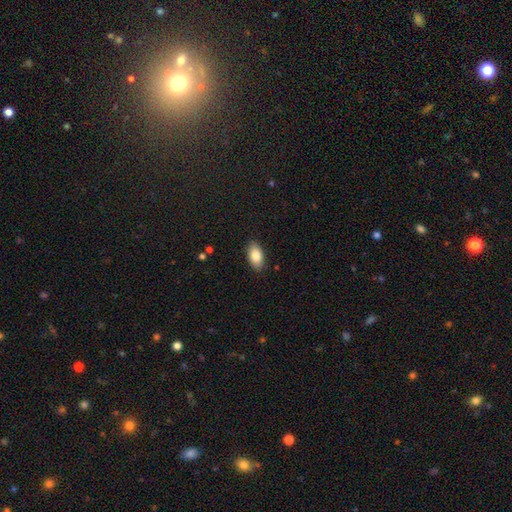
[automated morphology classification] A smooth galaxy with no disk features (83%) that is in between round and cigar-shaped (93%). Merging: none (88%).